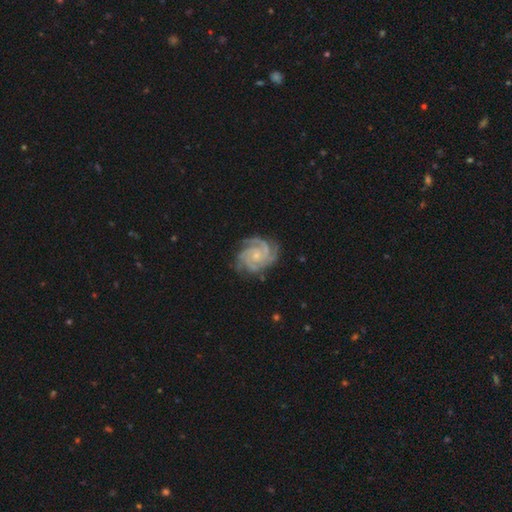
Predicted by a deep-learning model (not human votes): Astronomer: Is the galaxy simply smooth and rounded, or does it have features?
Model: featured or disk — 91%.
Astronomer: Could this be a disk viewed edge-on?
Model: no — 98%.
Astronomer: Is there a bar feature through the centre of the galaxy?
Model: no — 73%.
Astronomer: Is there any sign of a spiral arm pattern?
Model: yes — 99%.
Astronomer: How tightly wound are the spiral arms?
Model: tight — 71%.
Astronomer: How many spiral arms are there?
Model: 3 — 38% (runner-up: 4, 32%).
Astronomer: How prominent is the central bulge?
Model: small — 71%.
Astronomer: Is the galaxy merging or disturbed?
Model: none — 78%.